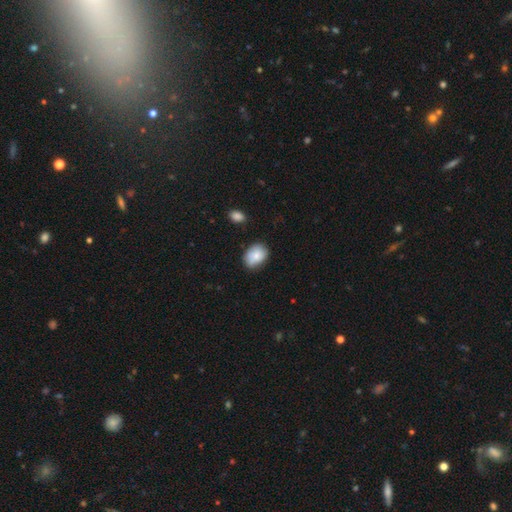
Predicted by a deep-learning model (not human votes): Smooth or featured? smooth (80%)
How rounded? in between (71%)
Merging? none (68%)